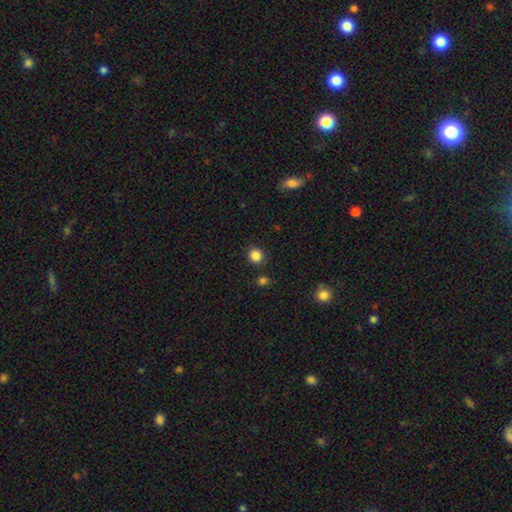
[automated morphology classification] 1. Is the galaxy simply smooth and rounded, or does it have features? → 85% smooth, 11% star or artifact, 4% featured or disk.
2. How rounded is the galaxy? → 88% round, 11% in between, 1% cigar-shaped.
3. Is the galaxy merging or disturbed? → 88% none, 7% minor disturbance, 4% merger, 2% major disturbance.